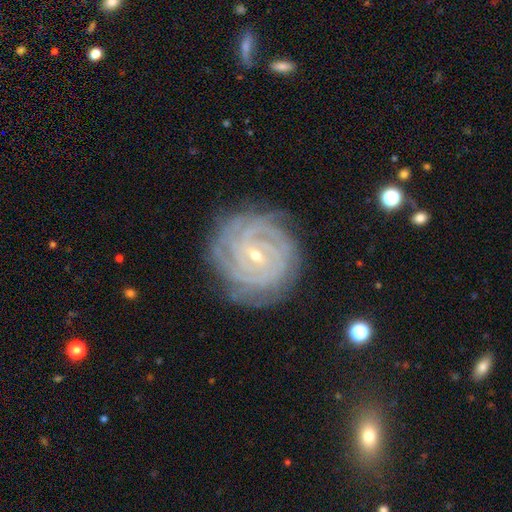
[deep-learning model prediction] Q: Smooth or featured?
A: featured or disk (90%); runner-up: star or artifact (6%)
Q: Edge-on disk?
A: no (97%); runner-up: yes (3%)
Q: Bar?
A: weak (44%); runner-up: no (35%)
Q: Spiral arms?
A: yes (98%); runner-up: no (2%)
Q: Spiral winding?
A: tight (86%); runner-up: medium (12%)
Q: Spiral arm count?
A: 4 (28%); runner-up: 3 (20%)
Q: Bulge size?
A: small (75%); runner-up: moderate (22%)
Q: Merging?
A: none (83%); runner-up: minor disturbance (13%)